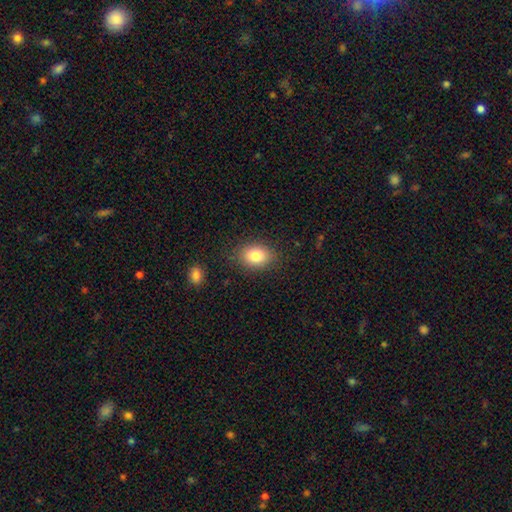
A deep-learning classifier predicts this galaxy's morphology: A smooth galaxy with no disk features (82%) that is in between round and cigar-shaped (70%).

Vote fractions:
- Smooth or featured? smooth: 82% / star or artifact: 9% / featured or disk: 9%
- How rounded? in between: 70% / round: 29% / cigar-shaped: 1%
- Merging? none: 84% / minor disturbance: 11% / major disturbance: 3% / merger: 2%